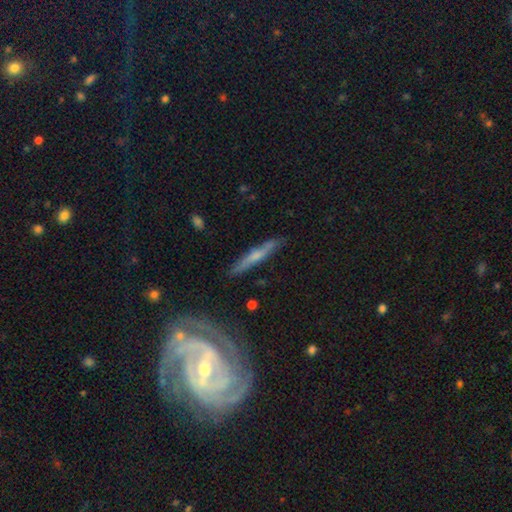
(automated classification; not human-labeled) Q: Smooth or featured?
A: featured or disk (59%); runner-up: smooth (34%)
Q: Edge-on disk?
A: yes (88%); runner-up: no (12%)
Q: Edge-on bulge?
A: rounded (62%); runner-up: none (30%)
Q: Merging?
A: none (83%); runner-up: minor disturbance (12%)